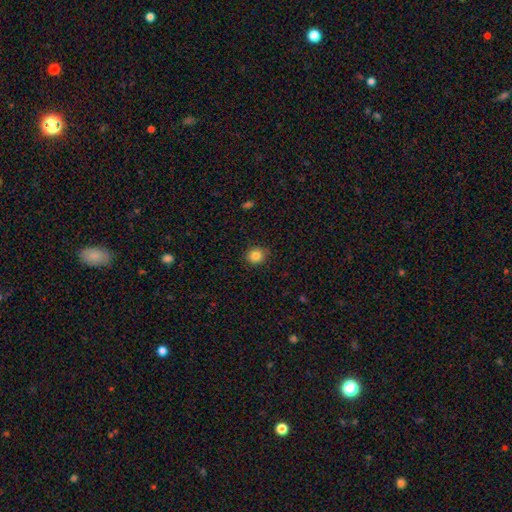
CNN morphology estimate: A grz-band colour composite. It shows a smooth galaxy with no disk features (84%) that is round (85%). Merging: none (88%).